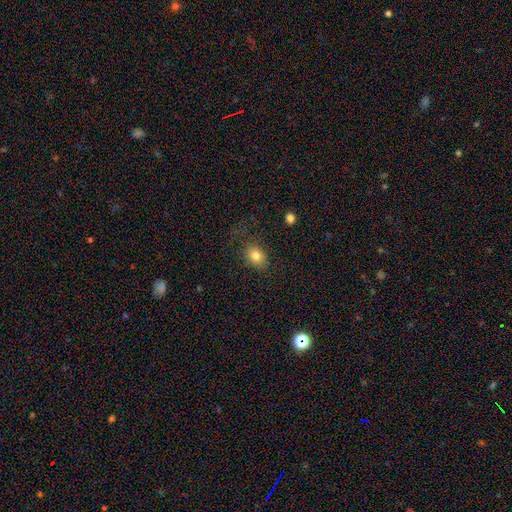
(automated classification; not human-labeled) Smooth or featured?
  - smooth: 80% *
  - star or artifact: 11%
  - featured or disk: 8%
How rounded?
  - in between: 60% *
  - round: 39%
  - cigar-shaped: 1%
Merging?
  - none: 73% *
  - minor disturbance: 17%
  - major disturbance: 8%
  - merger: 2%